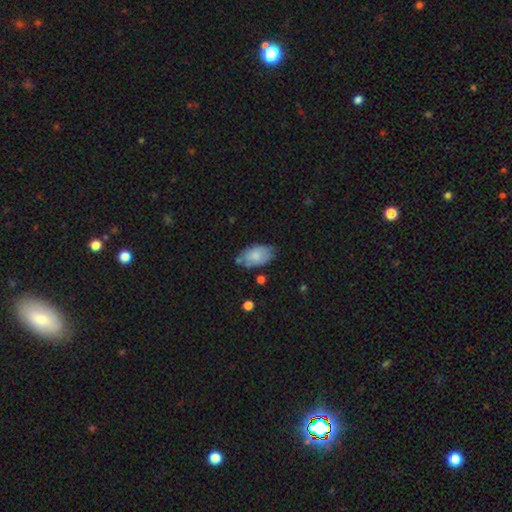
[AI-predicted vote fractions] The model was most divided on "merging": none: 64%, minor disturbance: 25%, merger: 6%, major disturbance: 5%. More confident: how rounded — in between (93%); smooth or featured — smooth (79%).